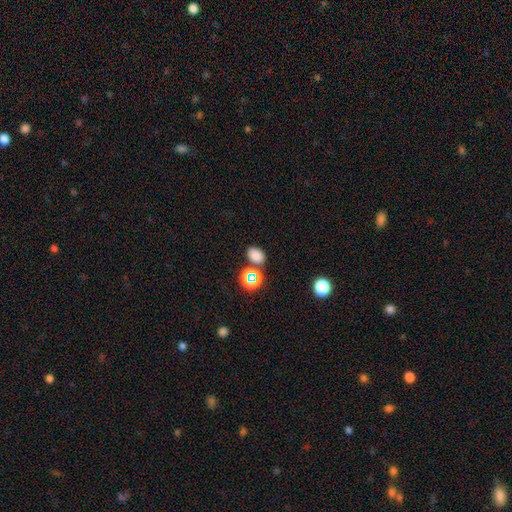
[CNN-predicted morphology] This is likely a smooth galaxy (77%). How rounded: likely in between (74%). Merging: likely none (78%).